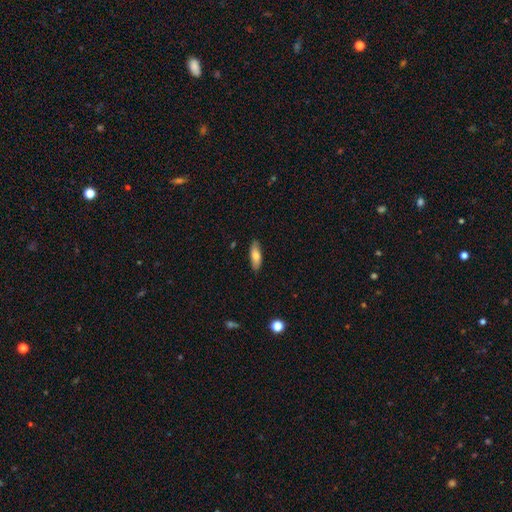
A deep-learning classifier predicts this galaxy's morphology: The model was most divided on "how rounded": in between: 64%, cigar-shaped: 34%, round: 2%. More confident: merging — none (83%); smooth or featured — smooth (72%).